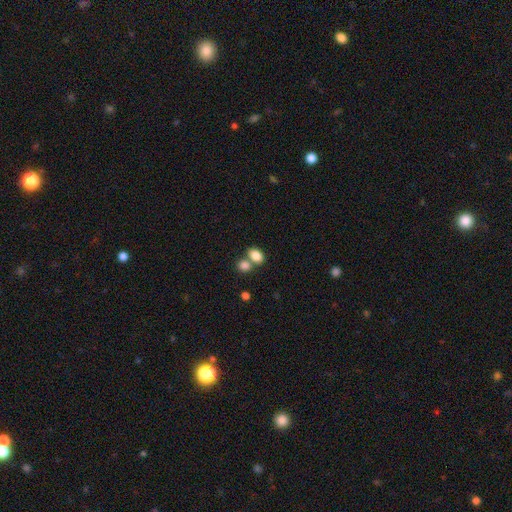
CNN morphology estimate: type=smooth (84%); roundness=in between (76%); merging=none (45%).